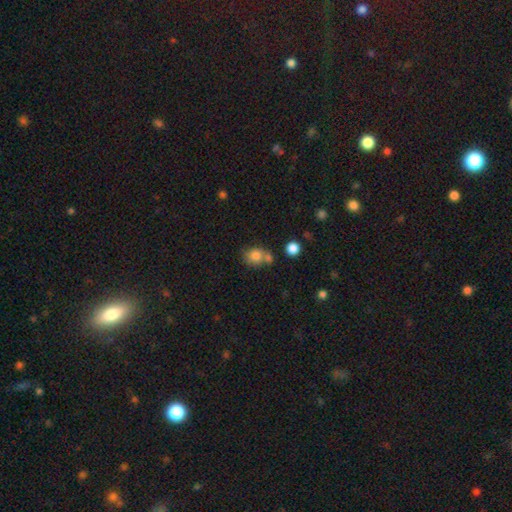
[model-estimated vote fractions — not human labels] A smooth galaxy with no disk features (80%) that is round (64%). Merging: none (54%).